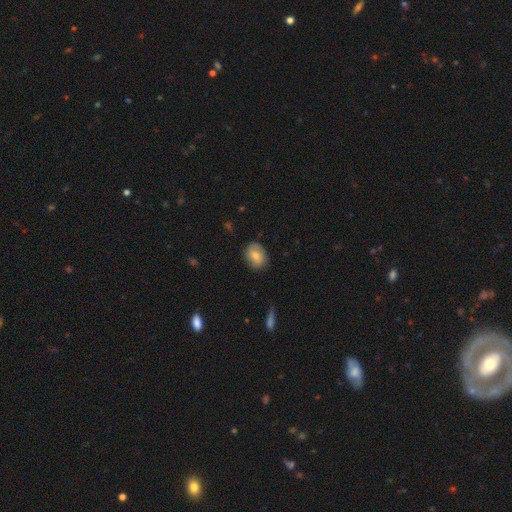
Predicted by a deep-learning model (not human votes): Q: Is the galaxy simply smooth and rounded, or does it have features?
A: smooth — 74%.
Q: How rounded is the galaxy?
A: in between — 60%.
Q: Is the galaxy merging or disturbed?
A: none — 75%.